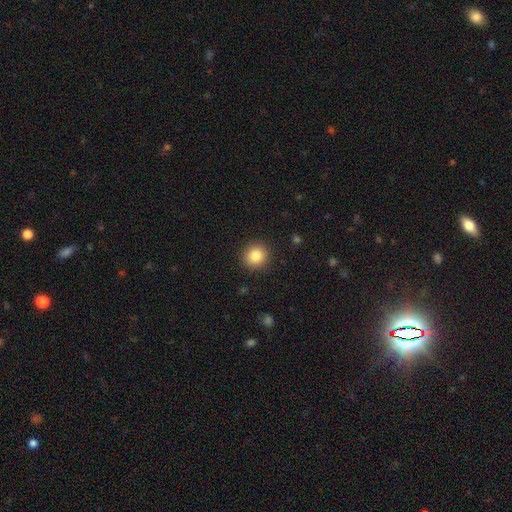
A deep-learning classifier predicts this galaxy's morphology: smooth 84%, star or artifact 10%, featured or disk 6%. Down the decision tree: how rounded — round (91%); merging — none (91%).